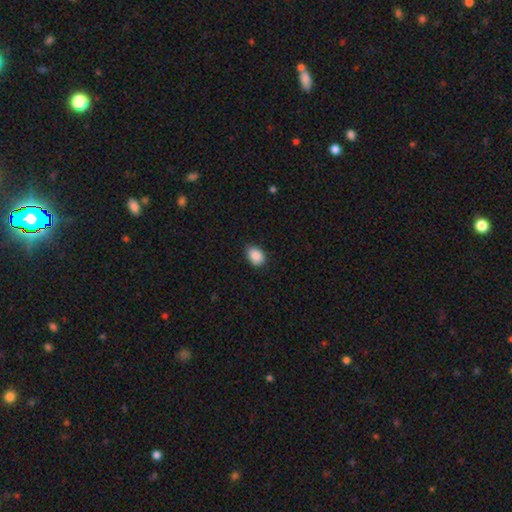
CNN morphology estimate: smooth_or_featured: smooth (p=0.89) [alt: star or artifact p=0.08]
how_rounded: in between (p=0.82) [alt: round p=0.17]
merging: none (p=0.80) [alt: minor disturbance p=0.17]